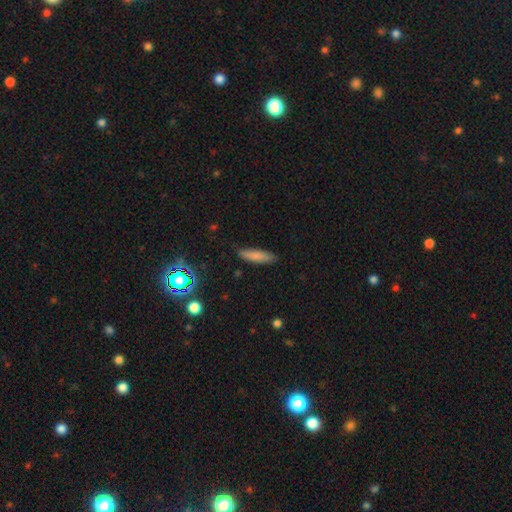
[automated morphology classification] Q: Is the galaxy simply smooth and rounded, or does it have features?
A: smooth — 80%.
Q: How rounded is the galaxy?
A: cigar-shaped — 69%.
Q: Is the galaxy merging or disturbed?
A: none — 83%.